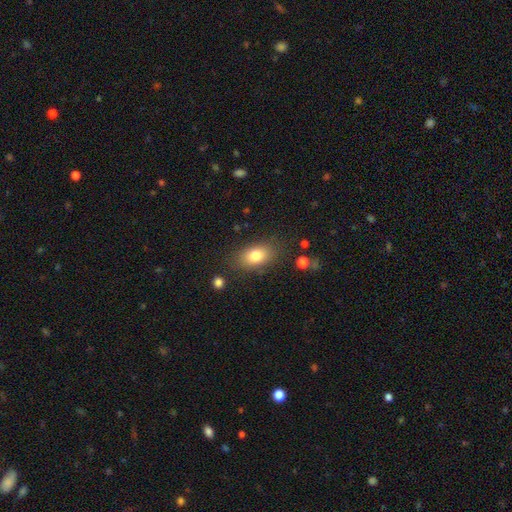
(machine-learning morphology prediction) smooth 81%, featured or disk 11%, star or artifact 8%. Down the decision tree: how rounded — in between (86%); merging — none (81%).